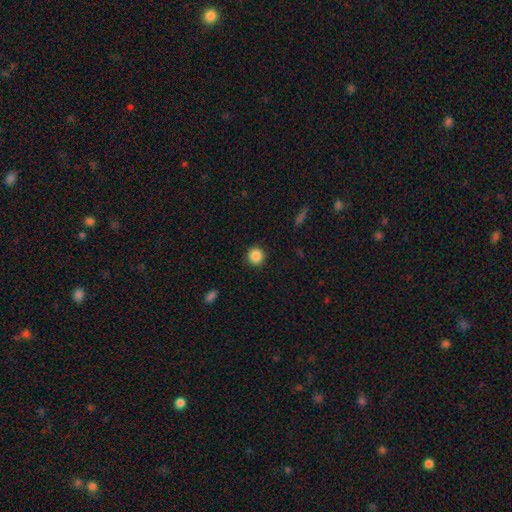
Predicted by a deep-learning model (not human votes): smooth_or_featured: smooth (p=0.87) [alt: star or artifact p=0.10]
how_rounded: round (p=0.93) [alt: in between p=0.06]
merging: none (p=0.91) [alt: minor disturbance p=0.06]